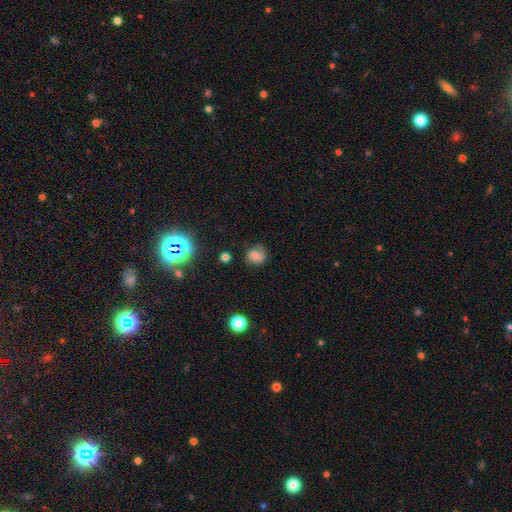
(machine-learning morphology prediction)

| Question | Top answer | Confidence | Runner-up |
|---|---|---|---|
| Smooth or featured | smooth | 51% | featured or disk (36%) |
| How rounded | round | 72% | in between (27%) |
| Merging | none | 63% | minor disturbance (23%) |